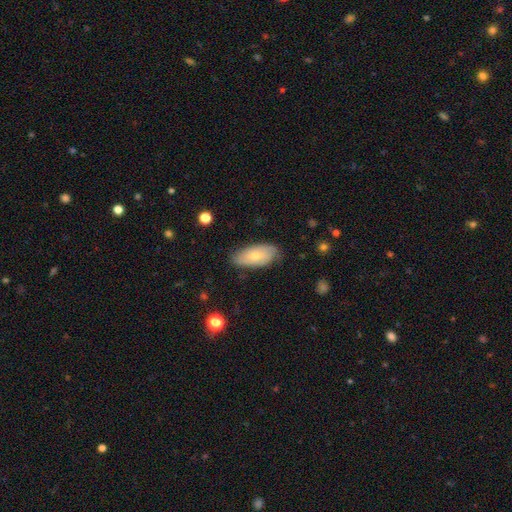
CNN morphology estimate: A smooth galaxy with no disk features (57%) that is in between round and cigar-shaped (88%). Merging: none (74%).